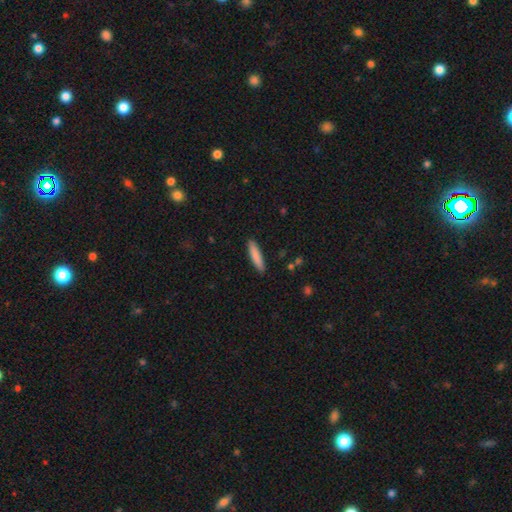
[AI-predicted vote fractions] A smooth galaxy with no disk features (84%) that is cigar-shaped (84%). Merging: none (90%).